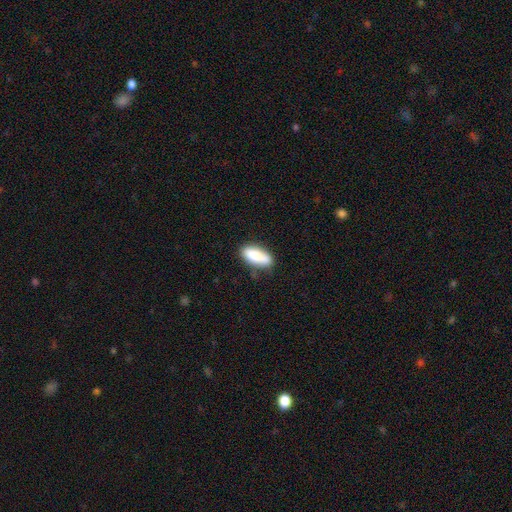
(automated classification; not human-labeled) The model was most divided on "merging": none: 69%, minor disturbance: 19%, merger: 8%, major disturbance: 4%. More confident: smooth or featured — smooth (81%); how rounded — in between (80%).